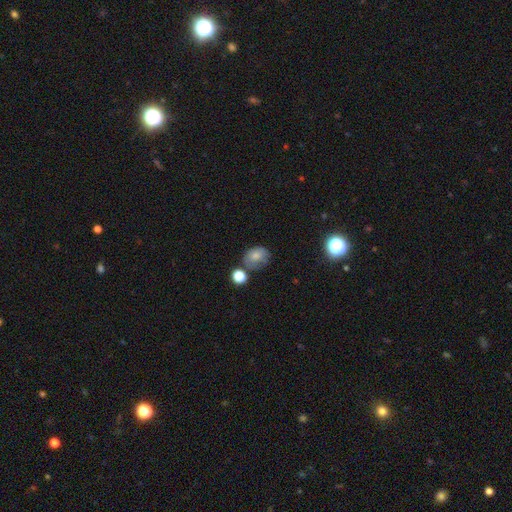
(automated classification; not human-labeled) smooth 74%, featured or disk 14%, star or artifact 12%. Down the decision tree: how rounded — in between (54%); merging — none (50%).